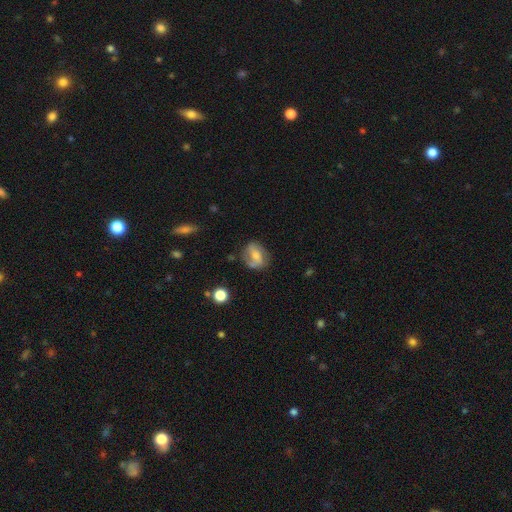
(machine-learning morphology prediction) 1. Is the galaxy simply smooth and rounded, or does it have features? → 48% featured or disk, 44% smooth, 8% star or artifact.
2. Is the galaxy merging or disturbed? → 63% none, 24% minor disturbance, 9% major disturbance, 3% merger.